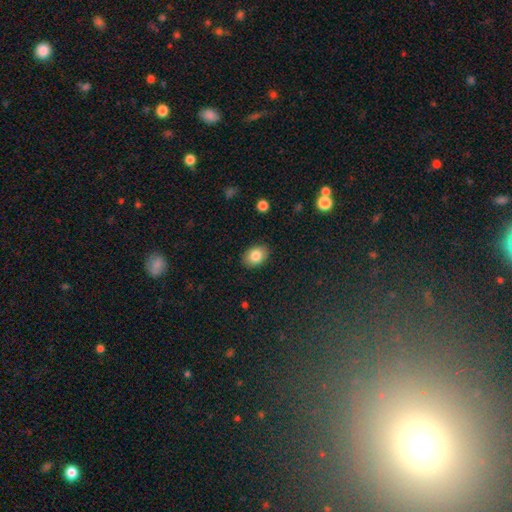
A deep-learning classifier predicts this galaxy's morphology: Smooth or featured? Predicted: smooth (p=0.82). How rounded? Predicted: in between (p=0.77). Merging? Predicted: none (p=0.87).